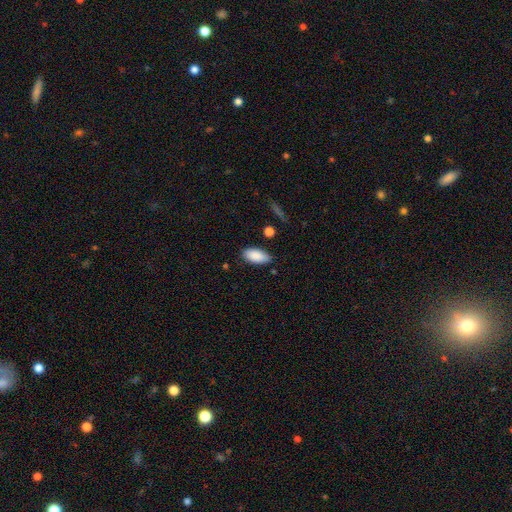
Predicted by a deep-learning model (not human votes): A smooth galaxy with no disk features (89%) that is in between round and cigar-shaped (93%).

Vote fractions:
- Smooth or featured? smooth: 89% / star or artifact: 6% / featured or disk: 5%
- How rounded? in between: 93% / cigar-shaped: 5% / round: 2%
- Merging? none: 80% / minor disturbance: 15% / major disturbance: 3% / merger: 2%